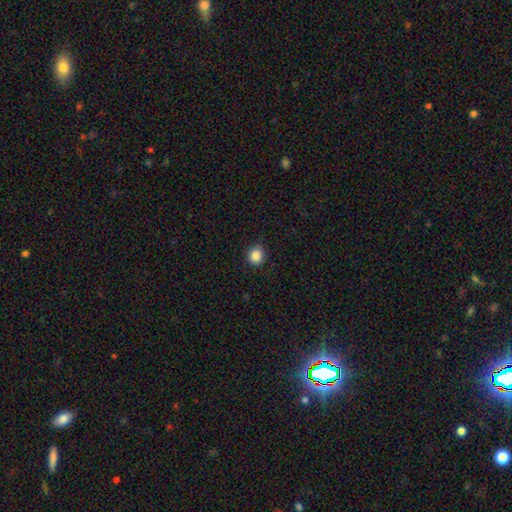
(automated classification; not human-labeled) This is clearly a smooth galaxy (86%). How rounded: clearly round (88%). Merging: clearly none (87%).